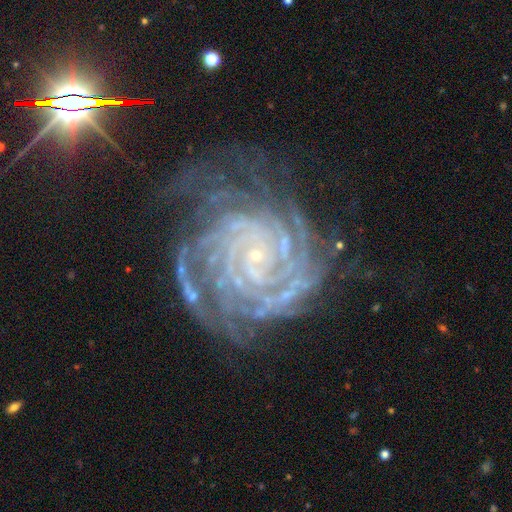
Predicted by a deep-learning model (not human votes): This appears to be a featured or disk galaxy (90%) with no bar (65%), more than 4 (27%) tight (83%) spiral arms (98%) and a small central bulge (88%). Merging: none (64%).